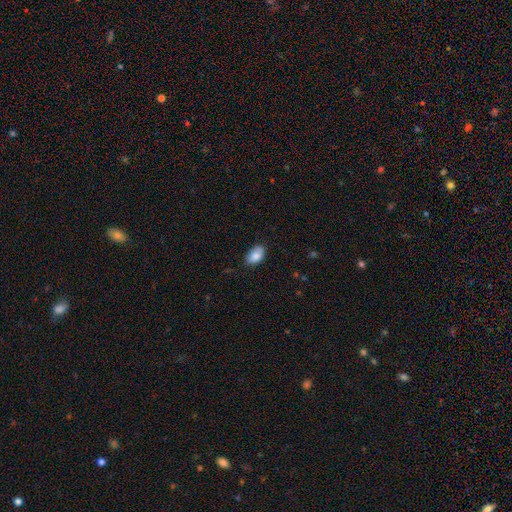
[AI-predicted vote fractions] Smooth or featured? Predicted: smooth (p=0.85). How rounded? Predicted: in between (p=0.92). Merging? Predicted: none (p=0.76).